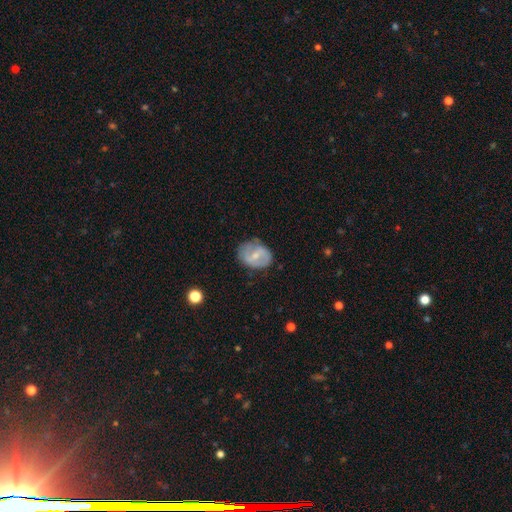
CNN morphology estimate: smooth_or_featured: featured or disk (p=0.53) [alt: smooth p=0.40]
disk_edge_on: no (p=0.96) [alt: yes p=0.04]
bar: weak (p=0.48) [alt: no p=0.26]
has_spiral_arms: yes (p=0.53) [alt: no p=0.47]
bulge_size: small (p=0.51) [alt: moderate p=0.42]
merging: none (p=0.62) [alt: minor disturbance p=0.26]